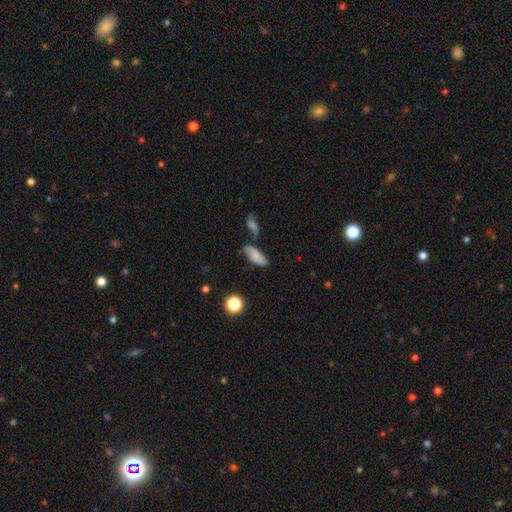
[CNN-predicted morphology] A smooth galaxy with no disk features (69%) that is in between round and cigar-shaped (81%). Merging: none (54%).